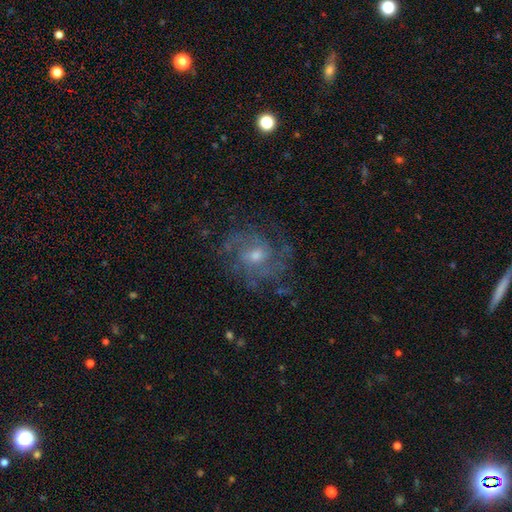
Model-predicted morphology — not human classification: This appears to be a featured or disk galaxy (73%) with no bar (66%), medium (46%) spiral arms (83%) and a moderate central bulge (51%). Merging: none (67%).